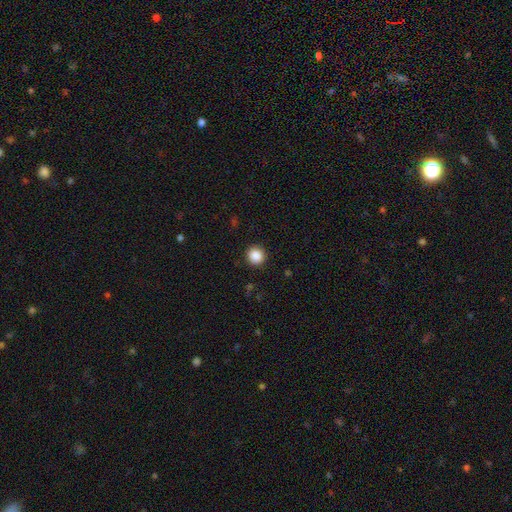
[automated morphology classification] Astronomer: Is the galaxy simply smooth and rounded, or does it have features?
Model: smooth — 88%.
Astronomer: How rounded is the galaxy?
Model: round — 93%.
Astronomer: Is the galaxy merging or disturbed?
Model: none — 92%.